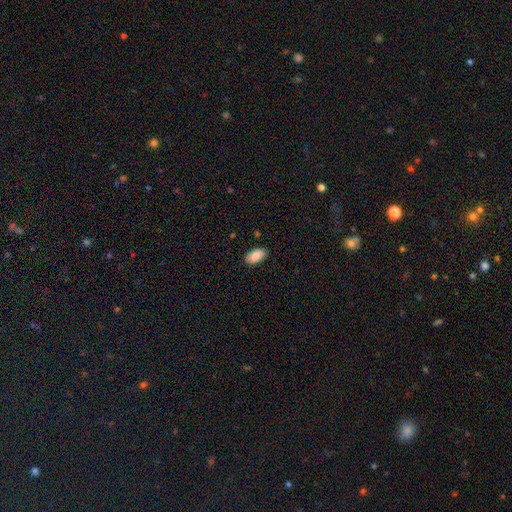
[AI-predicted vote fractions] Overall: smooth (87%). How rounded: in between (95%). Merging: none (88%).